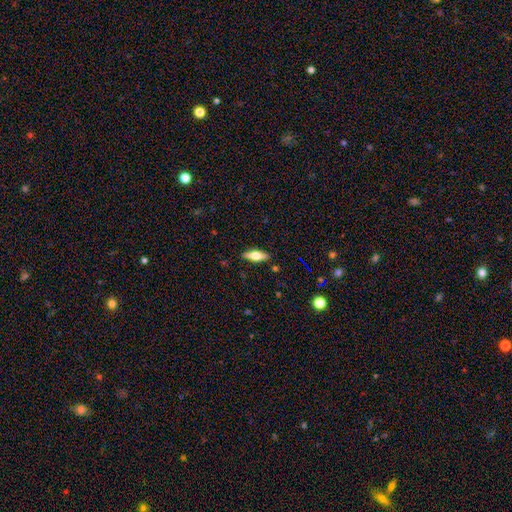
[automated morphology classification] smooth-or-featured: smooth: 50% | featured or disk: 44% | star or artifact: 7%
  merging: none: 88% | minor disturbance: 9% | major disturbance: 2% | merger: 1%